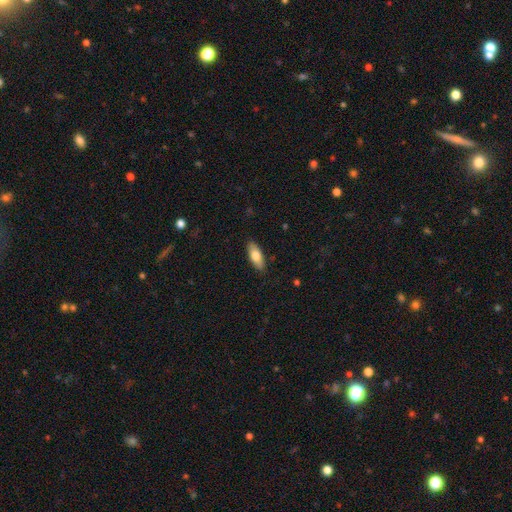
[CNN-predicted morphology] smooth_or_featured: smooth (p=0.76) [alt: featured or disk p=0.18]
how_rounded: in between (p=0.74) [alt: cigar-shaped p=0.24]
merging: none (p=0.87) [alt: minor disturbance p=0.10]